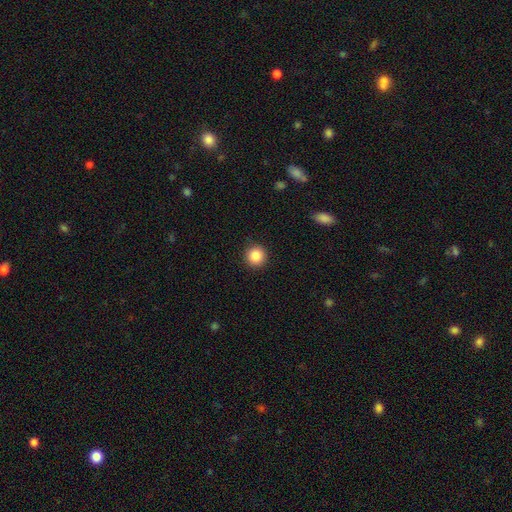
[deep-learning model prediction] smooth-or-featured: smooth: 86% | star or artifact: 9% | featured or disk: 4%
  how-rounded: round: 95% | in between: 4% | cigar-shaped: 1%
  merging: none: 92% | minor disturbance: 6% | major disturbance: 2% | merger: 1%